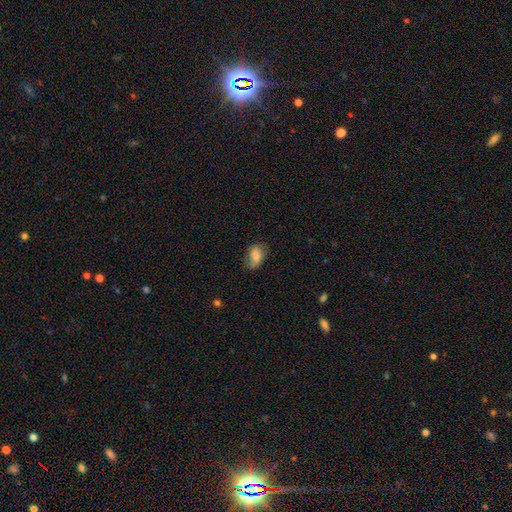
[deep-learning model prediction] This appears to be a smooth galaxy with no disk features (76%) that is in between round and cigar-shaped (88%). Merging: none (60%).